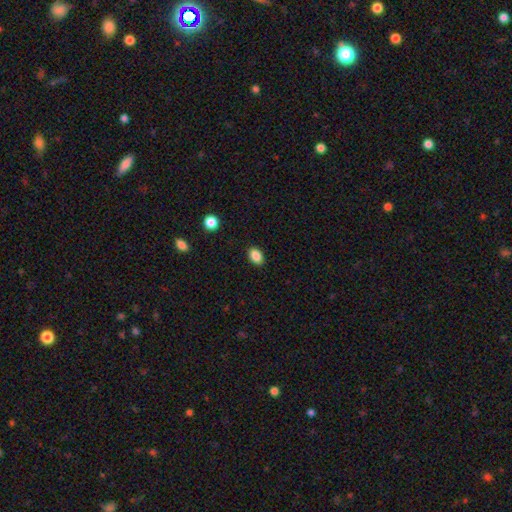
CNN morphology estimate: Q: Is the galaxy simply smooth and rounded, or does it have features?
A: smooth — 88%.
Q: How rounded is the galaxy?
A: in between — 83%.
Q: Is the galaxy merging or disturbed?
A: none — 89%.